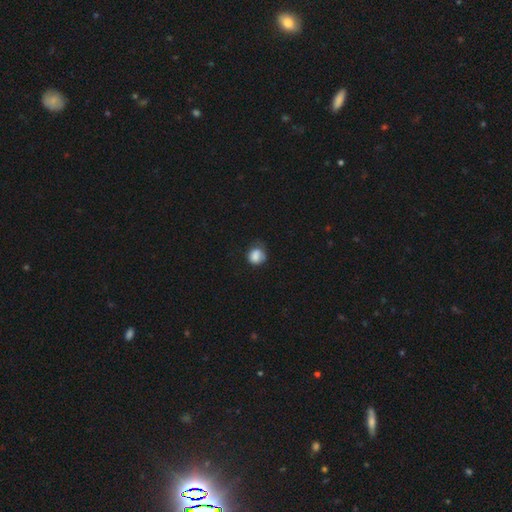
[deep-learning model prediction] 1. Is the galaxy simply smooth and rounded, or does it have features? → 81% smooth, 10% featured or disk, 9% star or artifact.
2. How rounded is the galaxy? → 72% round, 27% in between, 1% cigar-shaped.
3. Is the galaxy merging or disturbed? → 50% none, 33% minor disturbance, 13% major disturbance, 4% merger.